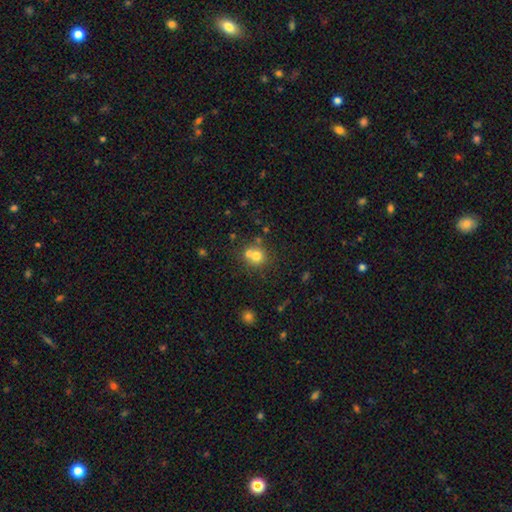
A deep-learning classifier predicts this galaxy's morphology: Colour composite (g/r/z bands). It shows a smooth galaxy with no disk features (70%) that is round (86%). Merging: none (47%).